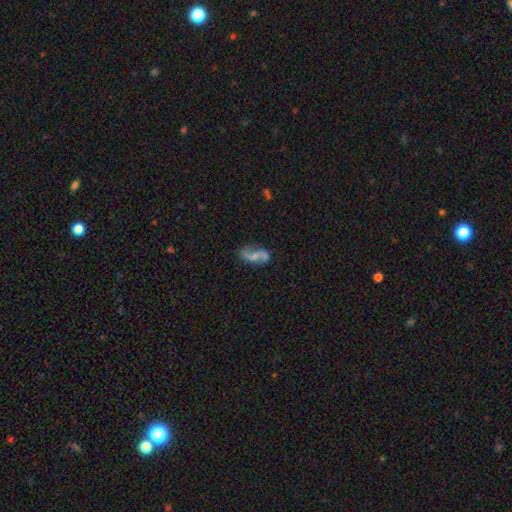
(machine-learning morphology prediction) Smooth or featured? Predicted: featured or disk (p=0.74). Edge-on disk? Predicted: no (p=0.97). Bar? Predicted: no (p=0.47). Spiral arms? Predicted: yes (p=0.92). Spiral winding? Predicted: loose (p=0.71). Spiral arm count? Predicted: 2 (p=0.90). Bulge size? Predicted: none (p=0.37, tied with small). Merging? Predicted: none (p=0.66).